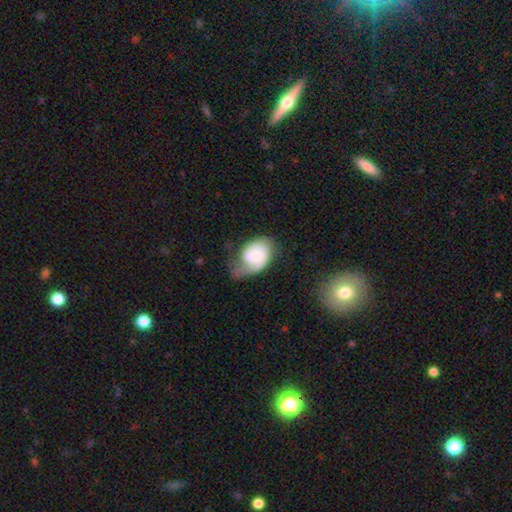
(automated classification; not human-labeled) Smooth or featured: featured or disk — 51% (smooth — 42%)
Edge-on disk: no — 97% (yes — 3%)
Merging: major disturbance — 34% (minor disturbance — 33%)